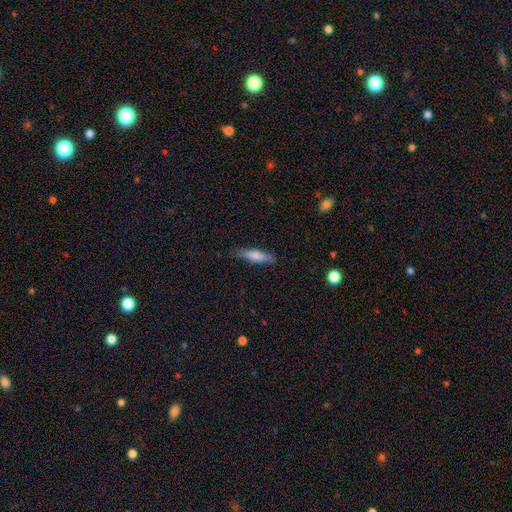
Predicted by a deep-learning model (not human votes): Morphology: type=smooth (65%); roundness=cigar-shaped (79%); merging=none (84%).